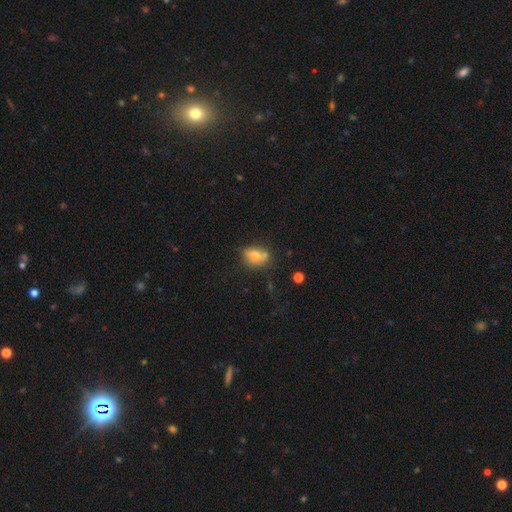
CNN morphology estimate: smooth-or-featured: smooth: 65% | featured or disk: 23% | star or artifact: 12%
  how-rounded: in between: 67% | round: 29% | cigar-shaped: 4%
  merging: none: 51% | minor disturbance: 23% | merger: 18% | major disturbance: 8%